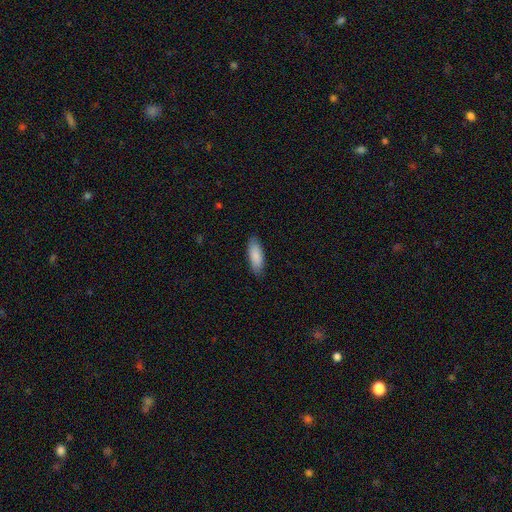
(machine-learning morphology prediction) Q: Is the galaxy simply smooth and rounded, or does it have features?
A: smooth — 88%.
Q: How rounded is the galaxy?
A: in between — 67%.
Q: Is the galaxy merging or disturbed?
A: none — 86%.